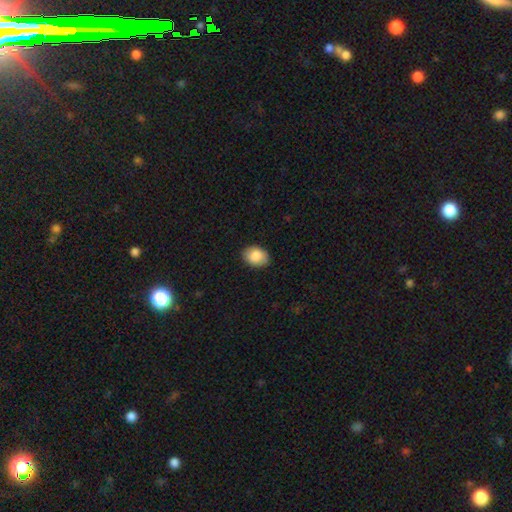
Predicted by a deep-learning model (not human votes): Smooth or featured?
  - smooth: 86% *
  - featured or disk: 7%
  - star or artifact: 7%
How rounded?
  - in between: 72% *
  - round: 27%
  - cigar-shaped: 1%
Merging?
  - none: 87% *
  - minor disturbance: 10%
  - major disturbance: 2%
  - merger: 1%